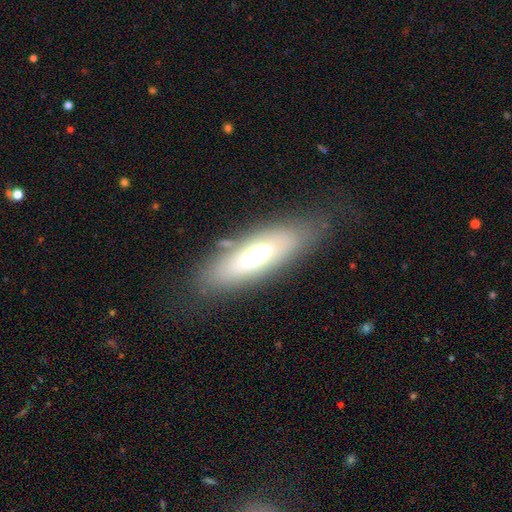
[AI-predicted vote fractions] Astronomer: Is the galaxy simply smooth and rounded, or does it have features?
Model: smooth — 51% (runner-up: featured or disk, 40%).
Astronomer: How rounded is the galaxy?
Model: in between — 59% (runner-up: cigar-shaped, 38%).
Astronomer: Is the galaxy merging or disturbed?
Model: none — 74%.